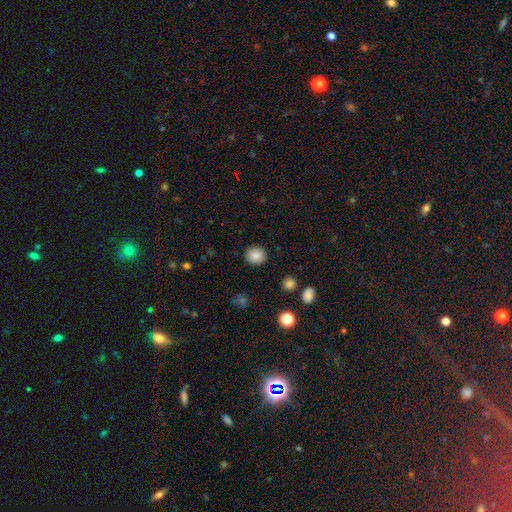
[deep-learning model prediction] Q: Smooth or featured?
A: smooth (86%); runner-up: star or artifact (10%)
Q: How rounded?
A: round (82%); runner-up: in between (17%)
Q: Merging?
A: none (90%); runner-up: minor disturbance (6%)